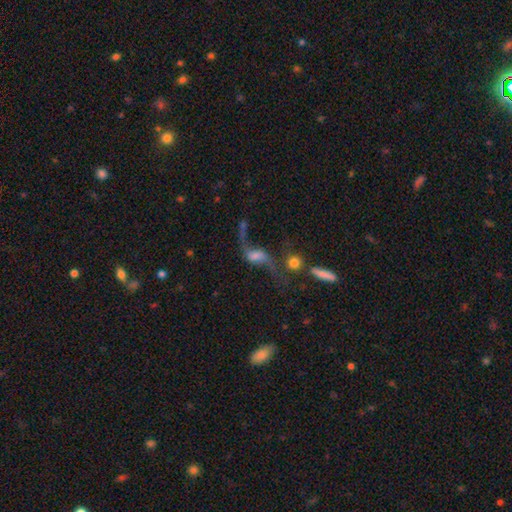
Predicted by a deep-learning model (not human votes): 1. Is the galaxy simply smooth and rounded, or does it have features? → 67% featured or disk, 20% smooth, 12% star or artifact.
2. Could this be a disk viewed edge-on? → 90% no, 10% yes.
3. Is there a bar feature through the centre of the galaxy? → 43% no, 39% weak, 19% strong.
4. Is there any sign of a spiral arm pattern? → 85% yes, 15% no.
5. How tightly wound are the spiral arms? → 92% loose, 6% medium, 2% tight.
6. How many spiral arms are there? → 86% 2, 8% 1, 3% can't tell, 1% 3, 1% 4, 1% more than 4.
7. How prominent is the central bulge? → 28% moderate, 25% none, 24% small, 18% large, 5% dominant.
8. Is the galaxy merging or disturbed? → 37% none, 26% major disturbance, 23% merger, 14% minor disturbance.